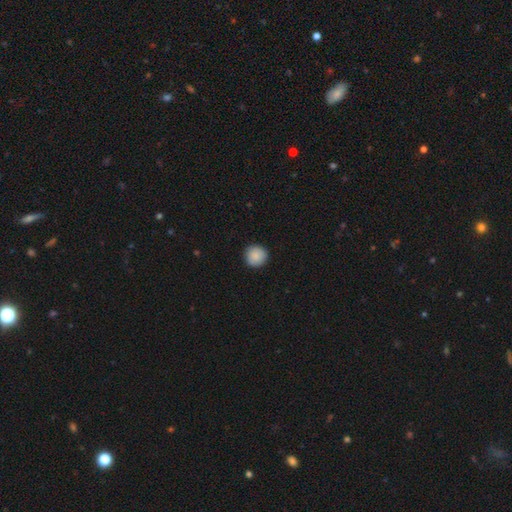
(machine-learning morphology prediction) Smooth or featured? Predicted: smooth (p=0.88). How rounded? Predicted: round (p=0.95). Merging? Predicted: none (p=0.91).